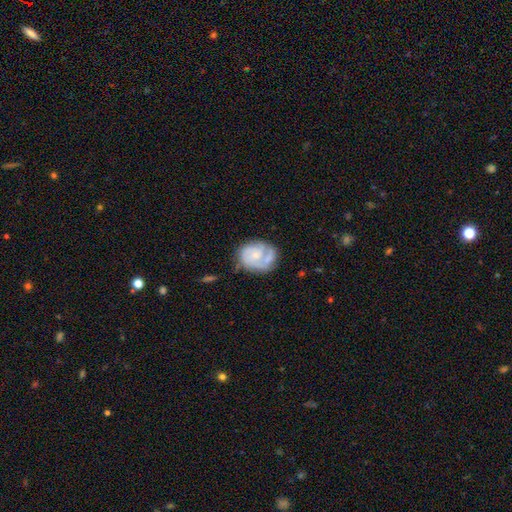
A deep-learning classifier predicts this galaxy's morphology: smooth-or-featured: featured or disk: 71% | smooth: 23% | star or artifact: 6%
  disk-edge-on: no: 98% | yes: 2%
    bar: no: 73% | weak: 23% | strong: 4%
    has-spiral-arms: yes: 88% | no: 12%
      spiral-winding: tight: 50% | medium: 36% | loose: 14%
      spiral-arm-count: 2: 37% | can't tell: 22% | 3: 19% | 1: 16% | 4: 3% | more than 4: 3%
    bulge-size: small: 62% | moderate: 27% | none: 8% | large: 2% | dominant: 1%
  merging: none: 56% | minor disturbance: 24% | major disturbance: 13% | merger: 7%